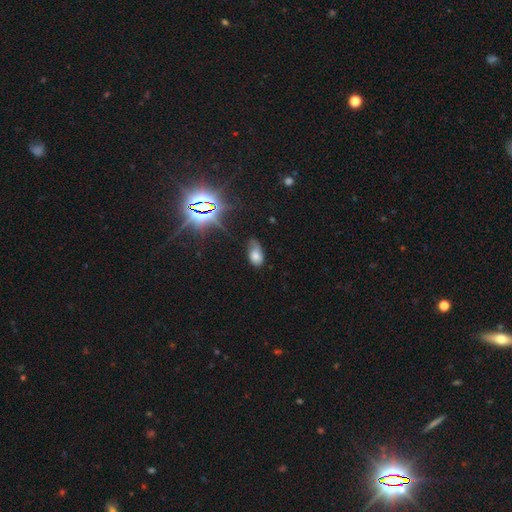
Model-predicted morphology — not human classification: Smooth or featured? Predicted: smooth (p=0.67). How rounded? Predicted: in between (p=0.91). Merging? Predicted: none (p=0.43).